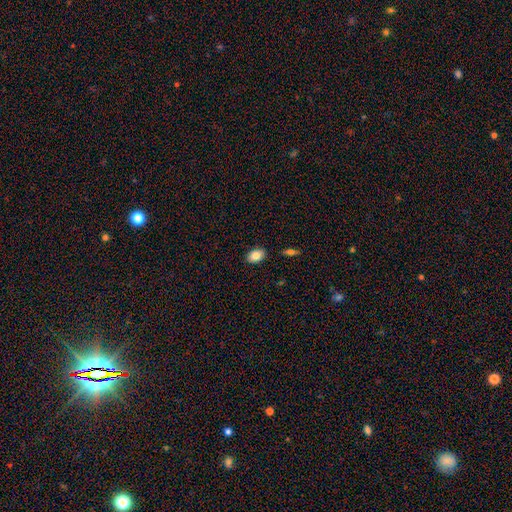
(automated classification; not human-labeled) Smooth or featured? smooth (83%)
How rounded? in between (87%)
Merging? none (87%)